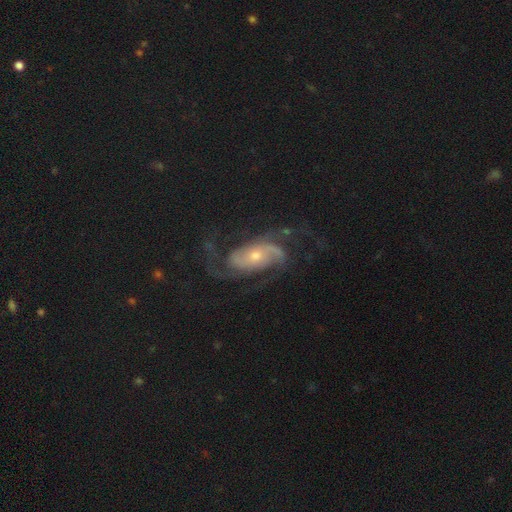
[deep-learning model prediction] The model was most divided on "bulge size": small: 48%, moderate: 45%, large: 4%, none: 1%, dominant: 1%. Remaining: edge-on disk — no (96%); spiral arms — yes (95%); smooth or featured — featured or disk (85%); bar — no (63%); merging — none (60%); spiral arm count — 2 (46%); spiral winding — medium (46%).